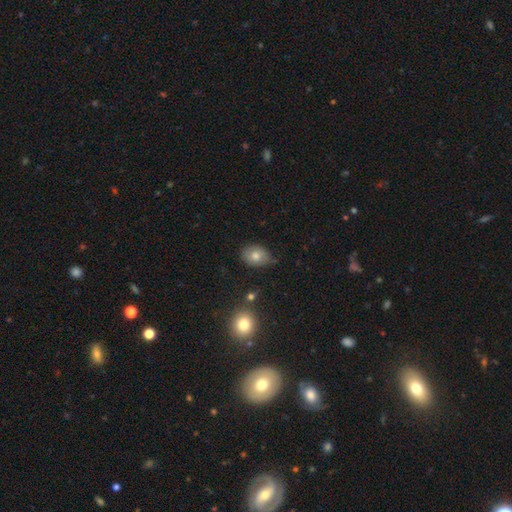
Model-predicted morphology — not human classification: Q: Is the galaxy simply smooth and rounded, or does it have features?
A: smooth — 75%.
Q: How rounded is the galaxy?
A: in between — 72%.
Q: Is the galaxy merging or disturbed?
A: none — 69%.